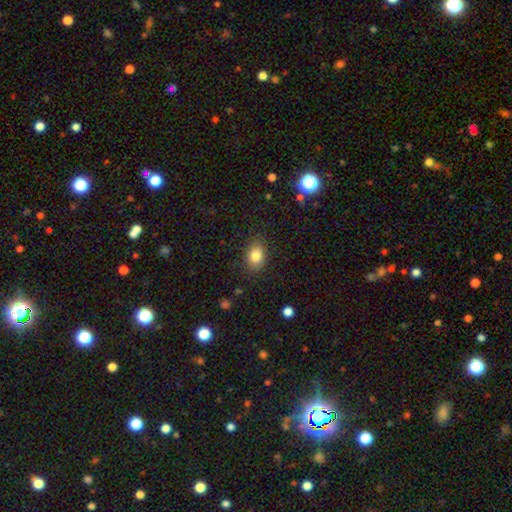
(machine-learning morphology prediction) Smooth or featured: smooth — 83% (star or artifact — 9%)
How rounded: in between — 70% (round — 29%)
Merging: none — 85% (minor disturbance — 11%)